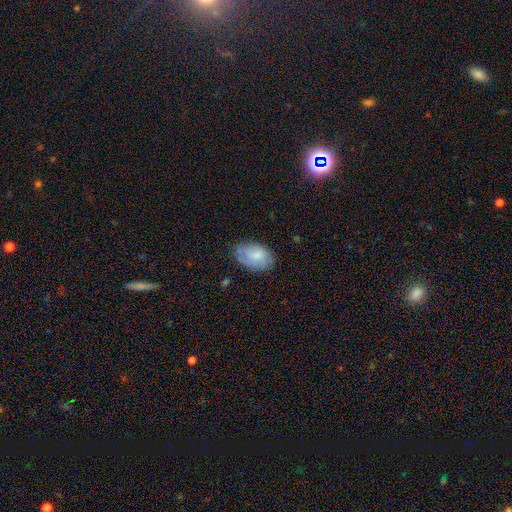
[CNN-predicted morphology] A smooth galaxy with no disk features (75%) that is in between round and cigar-shaped (89%). Merging: none (69%).